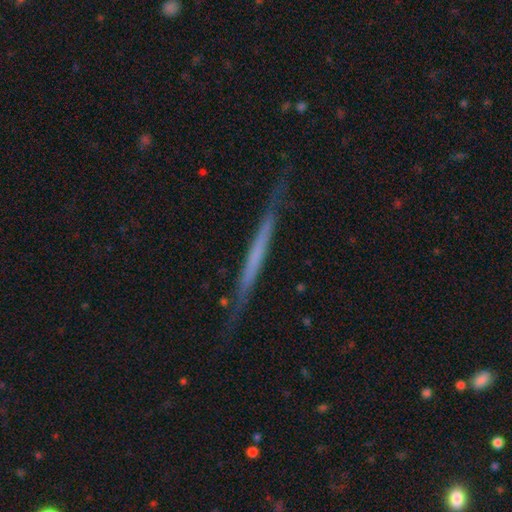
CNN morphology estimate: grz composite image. It shows a featured or disk galaxy (61%) viewed edge-on (95%) with no central bulge (89%). Merging: none (81%).